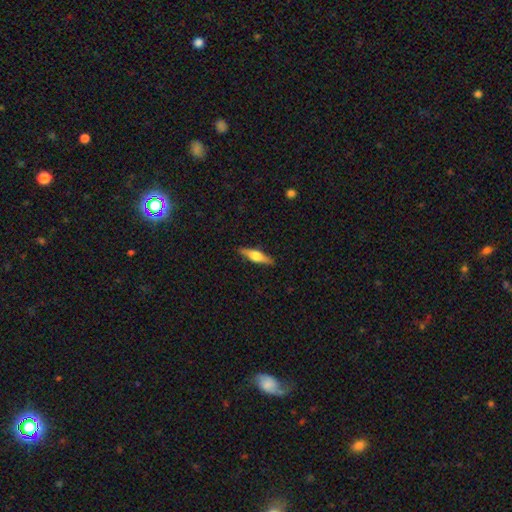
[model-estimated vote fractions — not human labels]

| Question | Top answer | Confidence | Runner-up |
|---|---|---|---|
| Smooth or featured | featured or disk | 55% | smooth (39%) |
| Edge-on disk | yes | 95% | no (5%) |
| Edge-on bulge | rounded | 91% | boxy (6%) |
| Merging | none | 90% | minor disturbance (8%) |